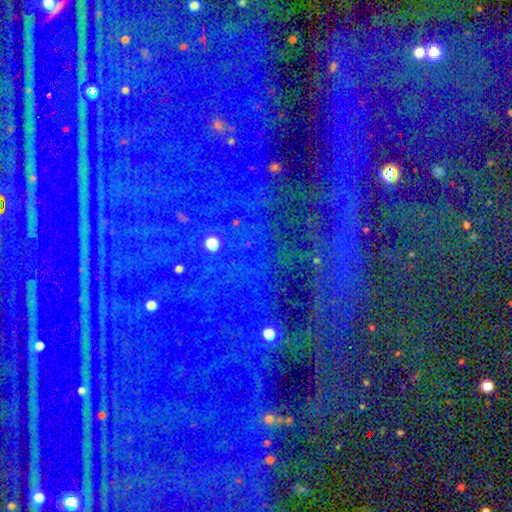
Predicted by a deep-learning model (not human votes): smooth-or-featured: star or artifact: 86% | smooth: 8% | featured or disk: 6%